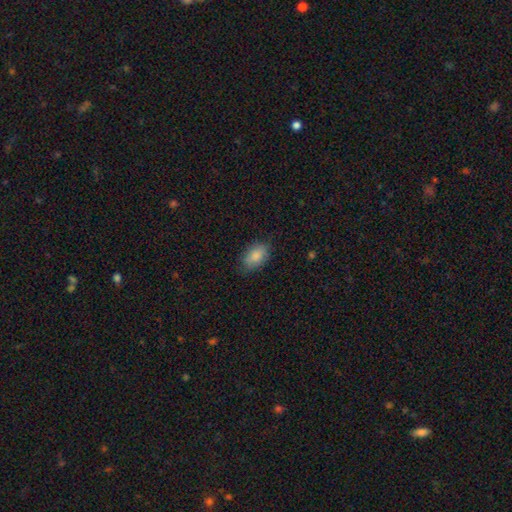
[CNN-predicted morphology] Smooth or featured: smooth — 85% (featured or disk — 8%)
How rounded: in between — 90% (round — 8%)
Merging: none — 76% (minor disturbance — 19%)